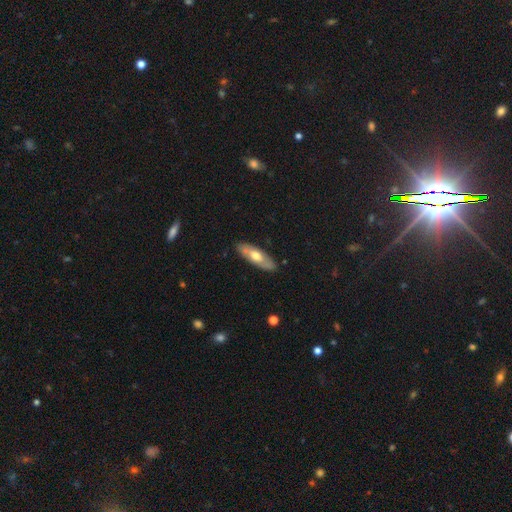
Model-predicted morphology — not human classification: smooth_or_featured: featured or disk (p=0.48) [alt: smooth p=0.47]
merging: none (p=0.85) [alt: minor disturbance p=0.11]